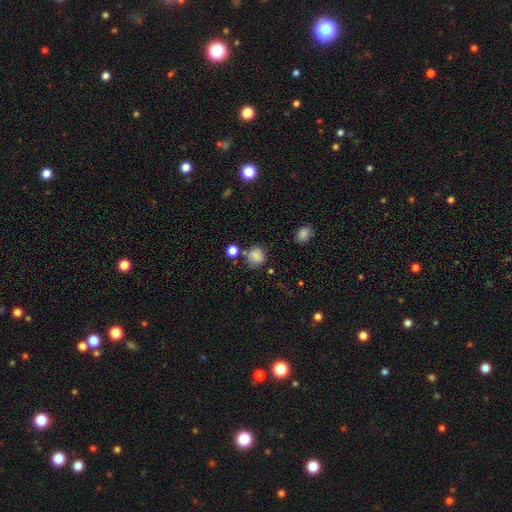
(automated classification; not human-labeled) This appears to be a smooth galaxy with no disk features (82%) that is round (85%). Merging: none (70%).